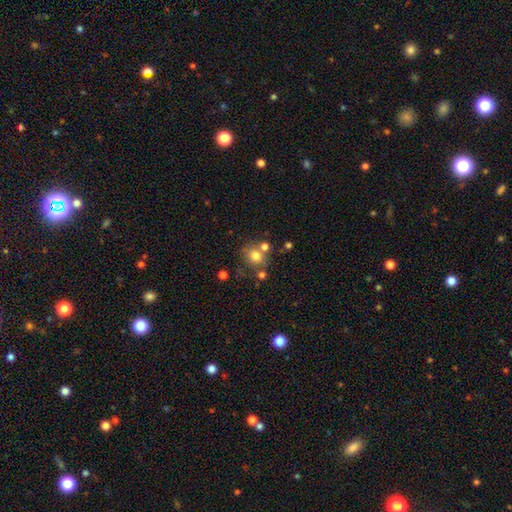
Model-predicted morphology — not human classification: Overall: smooth (75%). How rounded: round (81%). Merging: none (60%; merger 22%).